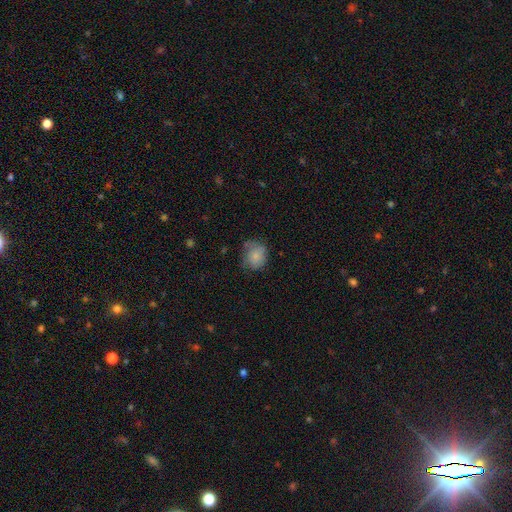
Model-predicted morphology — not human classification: type=smooth (78%); roundness=round (62%); merging=none (55%).